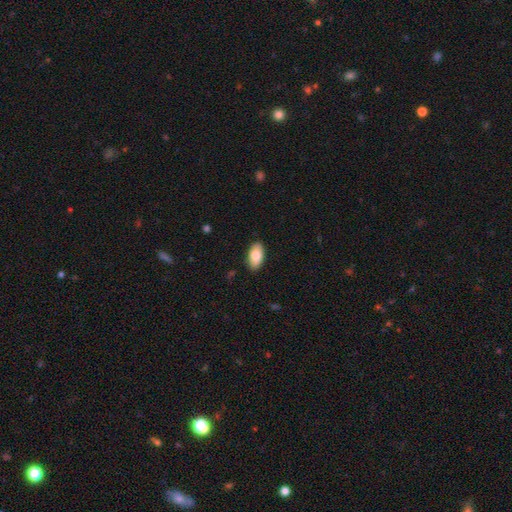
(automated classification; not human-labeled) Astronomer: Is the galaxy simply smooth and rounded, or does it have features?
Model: smooth — 83%.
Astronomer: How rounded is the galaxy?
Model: in between — 93%.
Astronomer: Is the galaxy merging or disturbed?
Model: none — 87%.